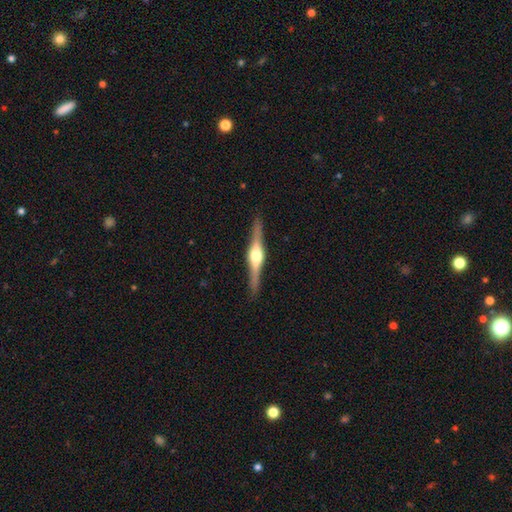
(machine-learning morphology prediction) Smooth or featured?
  - featured or disk: 82% *
  - smooth: 13%
  - star or artifact: 5%
Edge-on disk?
  - yes: 98% *
  - no: 2%
Edge-on bulge?
  - rounded: 92% *
  - boxy: 6%
  - none: 2%
Merging?
  - none: 91% *
  - minor disturbance: 7%
  - major disturbance: 1%
  - merger: 1%